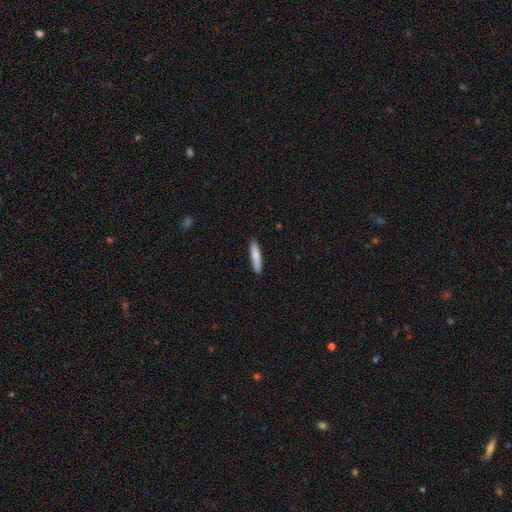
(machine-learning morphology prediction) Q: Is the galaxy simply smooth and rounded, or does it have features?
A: smooth — 80%.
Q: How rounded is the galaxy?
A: cigar-shaped — 89%.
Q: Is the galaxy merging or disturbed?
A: none — 88%.